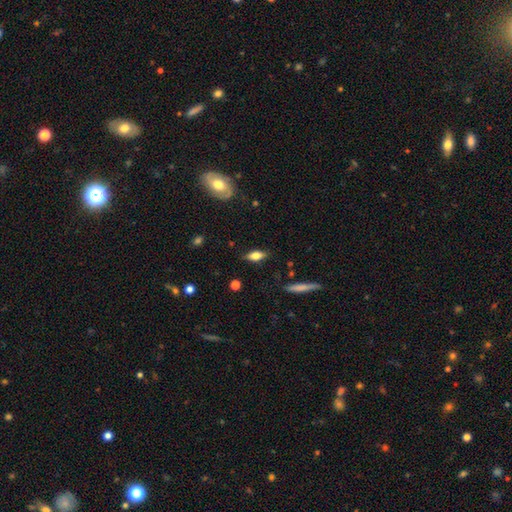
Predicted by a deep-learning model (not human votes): A smooth galaxy with no disk features (62%) that is in between round and cigar-shaped (73%).

Vote fractions:
- Smooth or featured? smooth: 62% / featured or disk: 30% / star or artifact: 8%
- How rounded? in between: 73% / cigar-shaped: 22% / round: 5%
- Merging? none: 83% / minor disturbance: 12% / major disturbance: 3% / merger: 2%